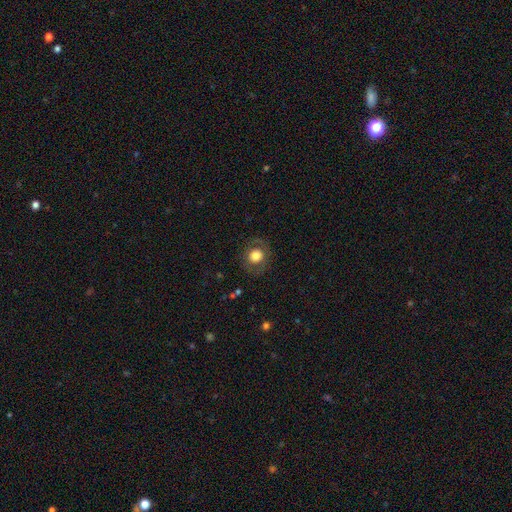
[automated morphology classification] type=smooth (70%); roundness=round (81%); merging=none (81%).